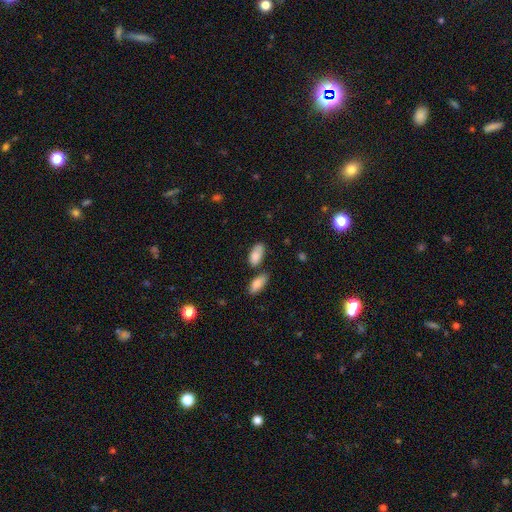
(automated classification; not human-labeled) Q: Smooth or featured?
A: smooth (82%); runner-up: featured or disk (11%)
Q: How rounded?
A: in between (92%); runner-up: cigar-shaped (4%)
Q: Merging?
A: none (55%); runner-up: minor disturbance (21%)